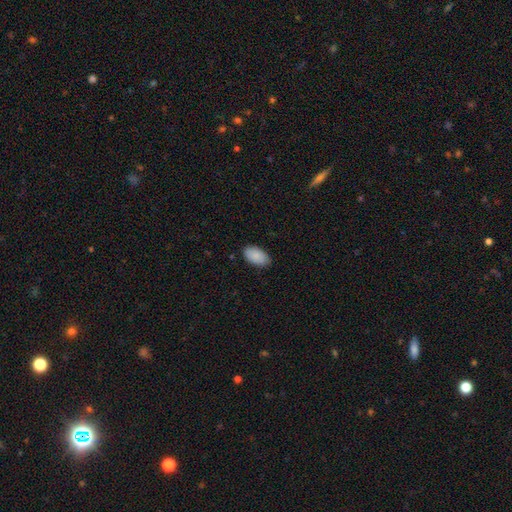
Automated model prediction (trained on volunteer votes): Overall: smooth (89%). How rounded: in between (95%). Merging: none (84%).